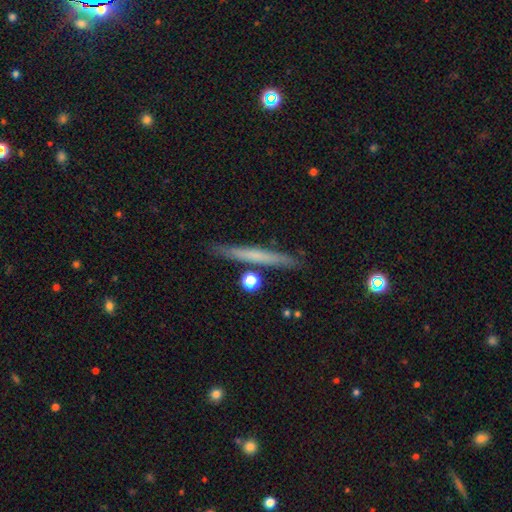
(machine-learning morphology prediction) Smooth or featured: smooth — 55% (featured or disk — 38%)
How rounded: cigar-shaped — 96% (in between — 3%)
Merging: none — 87% (minor disturbance — 8%)